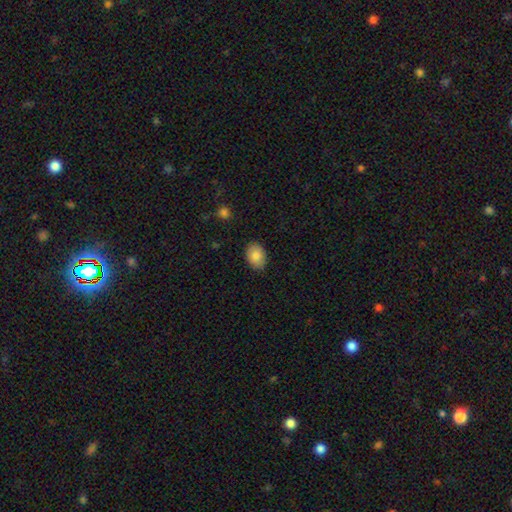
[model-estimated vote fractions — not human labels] The model was most divided on "how rounded": in between: 78%, round: 21%, cigar-shaped: 1%. More confident: merging — none (87%); smooth or featured — smooth (85%).